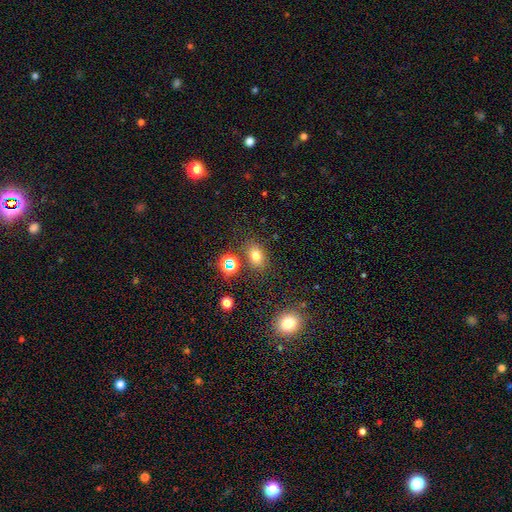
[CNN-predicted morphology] Smooth or featured? Predicted: smooth (p=0.71). How rounded? Predicted: in between (p=0.66). Merging? Predicted: none (p=0.78).